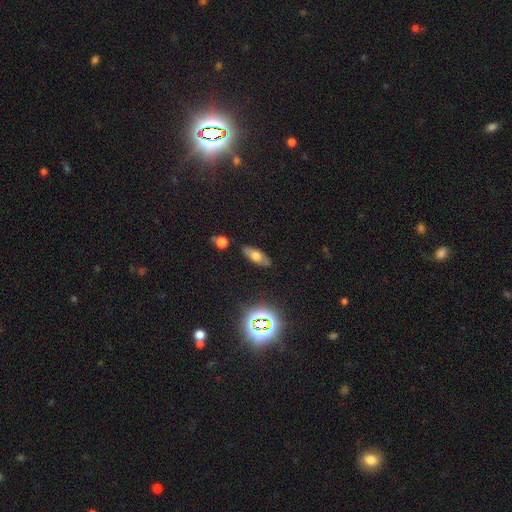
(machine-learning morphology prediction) A smooth galaxy with no disk features (57%) that is in between round and cigar-shaped (77%).

Vote fractions:
- Smooth or featured? smooth: 57% / featured or disk: 29% / star or artifact: 14%
- How rounded? in between: 77% / cigar-shaped: 18% / round: 5%
- Merging? none: 85% / minor disturbance: 11% / major disturbance: 2% / merger: 2%